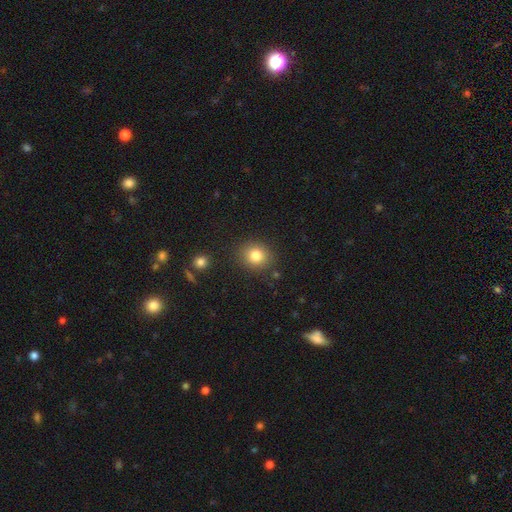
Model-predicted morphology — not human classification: Smooth or featured?
  - smooth: 81% *
  - star or artifact: 12%
  - featured or disk: 7%
How rounded?
  - round: 80% *
  - in between: 19%
  - cigar-shaped: 1%
Merging?
  - none: 87% *
  - minor disturbance: 8%
  - major disturbance: 3%
  - merger: 2%